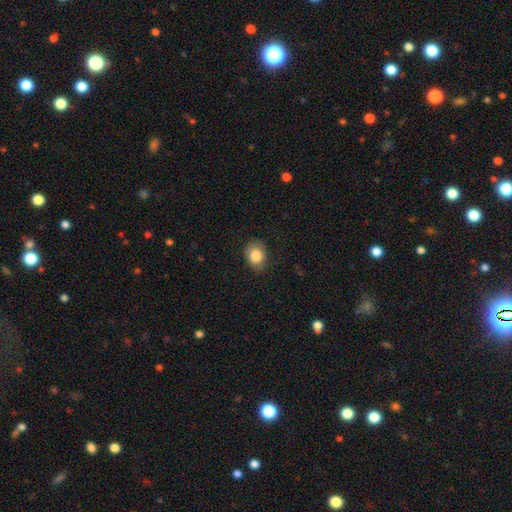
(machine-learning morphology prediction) This is clearly a smooth galaxy (85%). How rounded: likely in between (62%). Merging: likely none (79%).